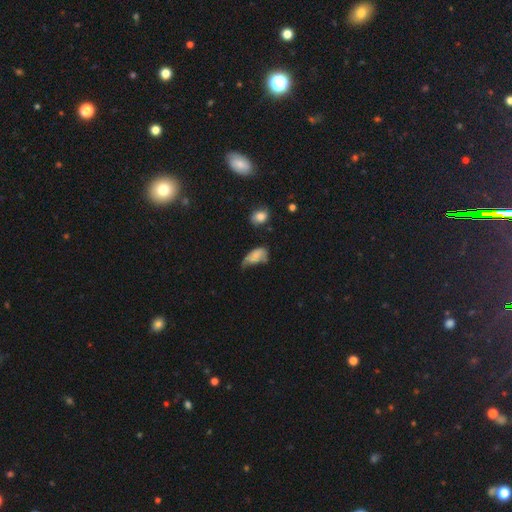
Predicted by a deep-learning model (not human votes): smooth 72%, featured or disk 19%, star or artifact 9%. Down the decision tree: how rounded — in between (89%); merging — minor disturbance (44%).